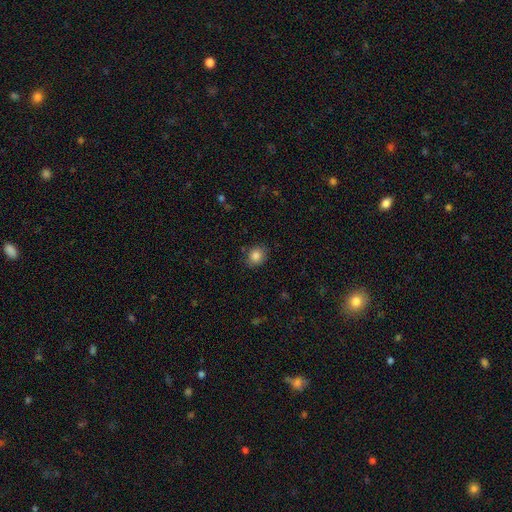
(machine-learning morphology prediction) Smooth or featured? Predicted: smooth (p=0.85). How rounded? Predicted: round (p=0.67). Merging? Predicted: none (p=0.84).